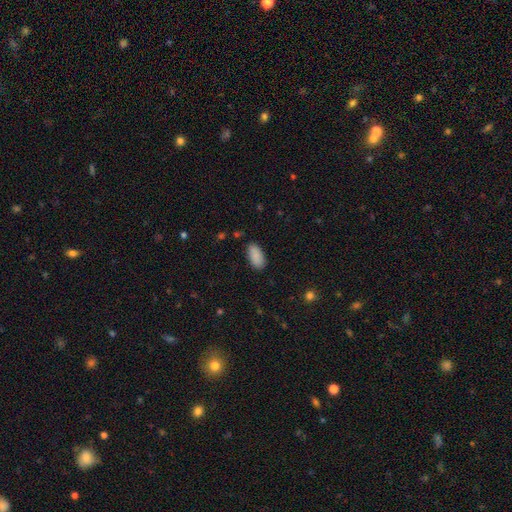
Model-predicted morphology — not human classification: Smooth or featured: smooth — 89% (star or artifact — 7%)
How rounded: in between — 93% (cigar-shaped — 5%)
Merging: none — 86% (minor disturbance — 11%)